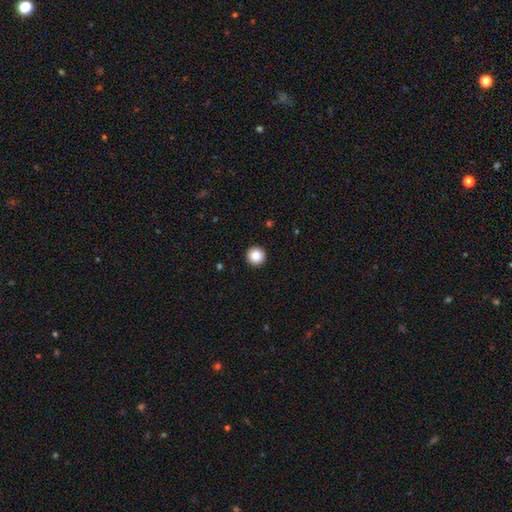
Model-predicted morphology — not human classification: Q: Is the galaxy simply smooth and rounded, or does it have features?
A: smooth — 88%.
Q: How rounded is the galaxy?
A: round — 96%.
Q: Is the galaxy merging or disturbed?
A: none — 93%.